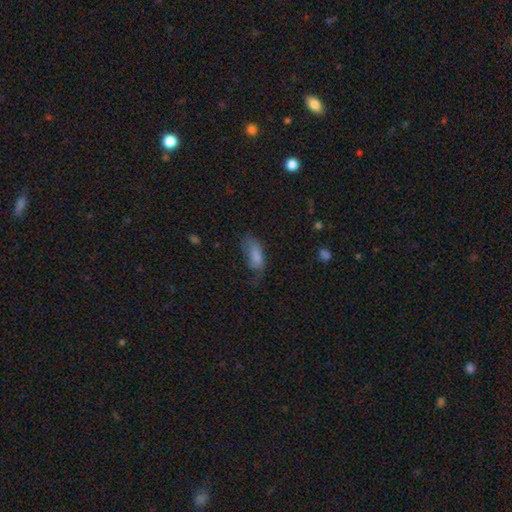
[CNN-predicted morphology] smooth-or-featured: smooth: 71% | featured or disk: 20% | star or artifact: 9%
  how-rounded: in between: 87% | cigar-shaped: 10% | round: 3%
  merging: none: 35% | major disturbance: 33% | minor disturbance: 30% | merger: 3%